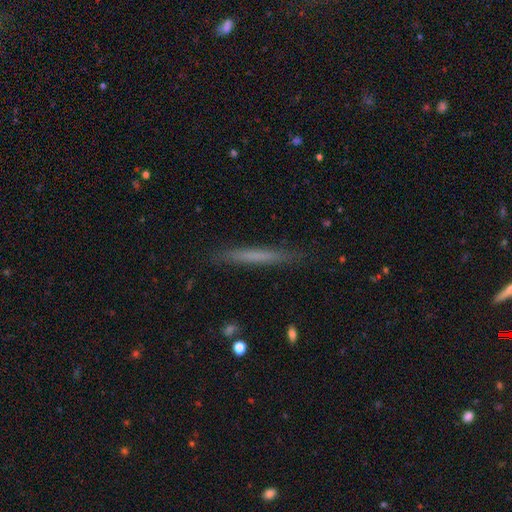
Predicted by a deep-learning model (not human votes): A smooth galaxy with no disk features (58%) that is cigar-shaped (96%). Merging: none (88%).